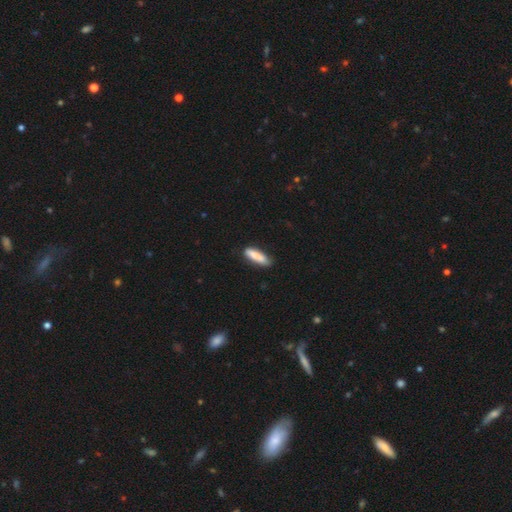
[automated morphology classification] A smooth galaxy with no disk features (84%) that is cigar-shaped (63%). Merging: none (77%).